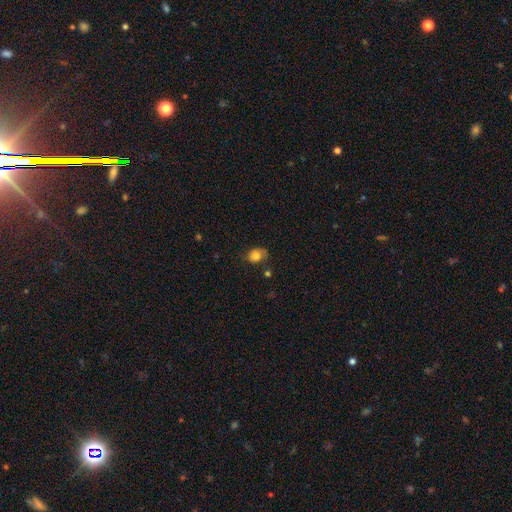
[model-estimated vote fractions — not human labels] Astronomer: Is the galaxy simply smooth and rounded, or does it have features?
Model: smooth — 80%.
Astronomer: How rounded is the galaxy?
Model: in between — 52% (runner-up: round, 47%).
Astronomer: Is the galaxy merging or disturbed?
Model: none — 59%.